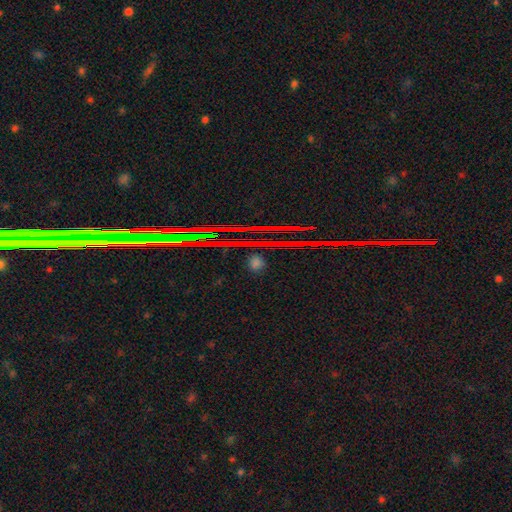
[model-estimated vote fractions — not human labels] The model was most divided on "smooth or featured": star or artifact: 79%, featured or disk: 11%, smooth: 10%.